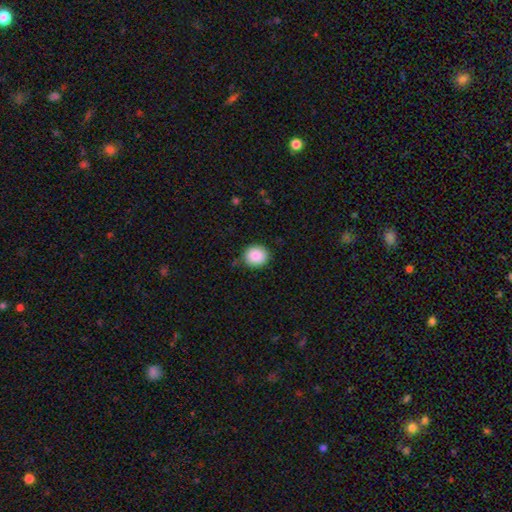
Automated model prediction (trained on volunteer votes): A smooth galaxy with no disk features (88%) that is round (83%).

Vote fractions:
- Smooth or featured? smooth: 88% / star or artifact: 8% / featured or disk: 4%
- How rounded? round: 83% / in between: 16% / cigar-shaped: 1%
- Merging? none: 86% / minor disturbance: 10% / major disturbance: 2% / merger: 1%